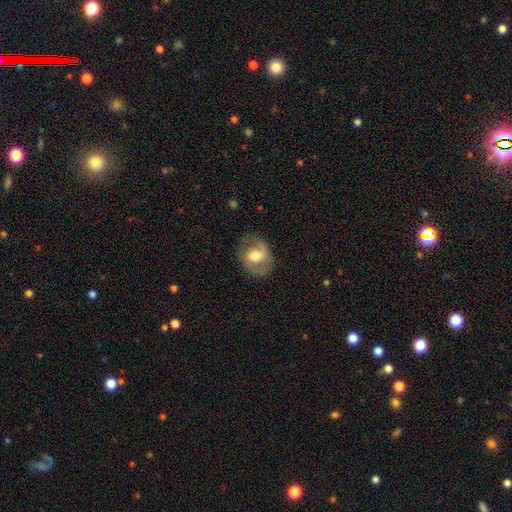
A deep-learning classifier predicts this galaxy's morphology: smooth-or-featured: featured or disk: 65% | smooth: 28% | star or artifact: 7%
  disk-edge-on: no: 96% | yes: 4%
    bar: no: 44% | weak: 41% | strong: 15%
    has-spiral-arms: yes: 80% | no: 20%
    bulge-size: moderate: 67% | large: 19% | small: 11% | dominant: 1% | none: 1%
  merging: none: 74% | minor disturbance: 16% | major disturbance: 8% | merger: 1%